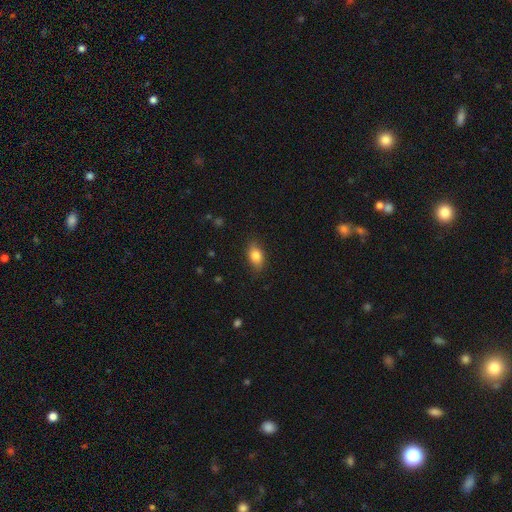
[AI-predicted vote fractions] Smooth or featured? Predicted: smooth (p=0.83). How rounded? Predicted: in between (p=0.86). Merging? Predicted: none (p=0.84).